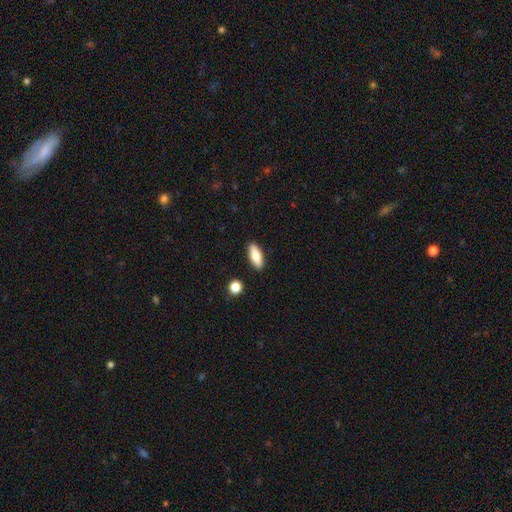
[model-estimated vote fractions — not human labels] Smooth or featured?
  - smooth: 78% *
  - featured or disk: 15%
  - star or artifact: 7%
How rounded?
  - in between: 71% *
  - cigar-shaped: 26%
  - round: 3%
Merging?
  - none: 88% *
  - minor disturbance: 8%
  - merger: 2%
  - major disturbance: 2%